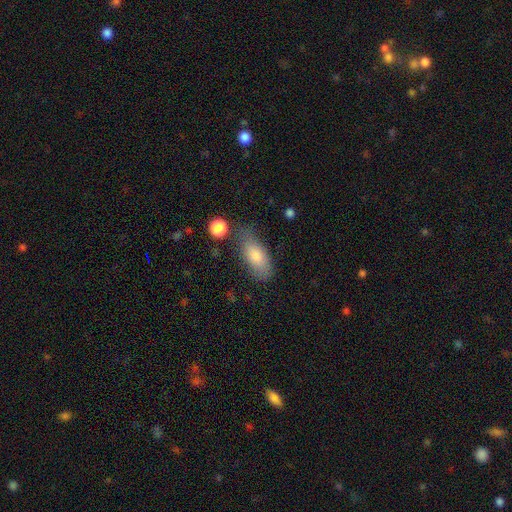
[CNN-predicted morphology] smooth 81%, featured or disk 13%, star or artifact 7%. Down the decision tree: how rounded — in between (84%); merging — none (63%).